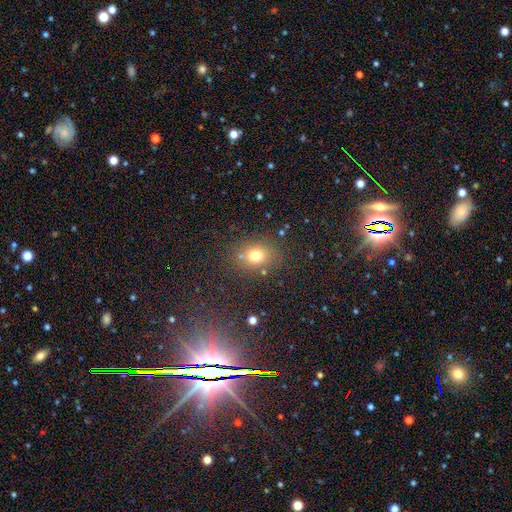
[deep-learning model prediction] Smooth or featured? Predicted: smooth (p=0.73). How rounded? Predicted: round (p=0.58). Merging? Predicted: none (p=0.78).